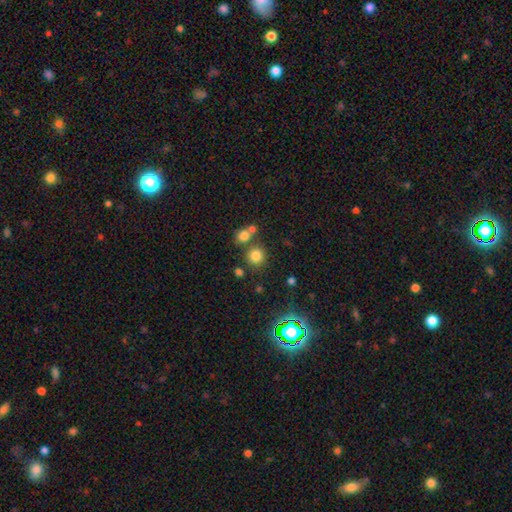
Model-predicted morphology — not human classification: type=smooth (76%); roundness=round (89%); merging=none (71%).